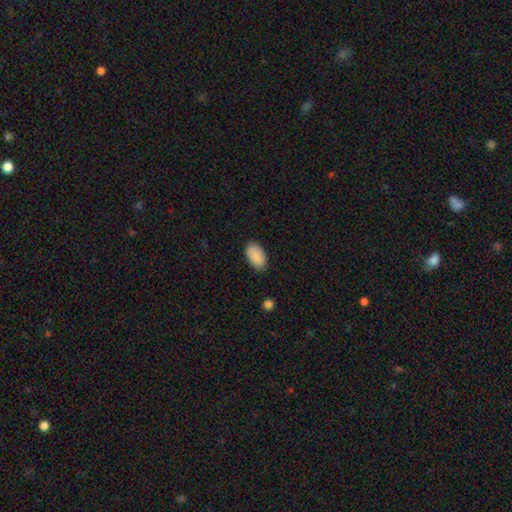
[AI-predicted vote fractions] smooth 90%, star or artifact 6%, featured or disk 3%. Down the decision tree: how rounded — in between (95%); merging — none (84%).